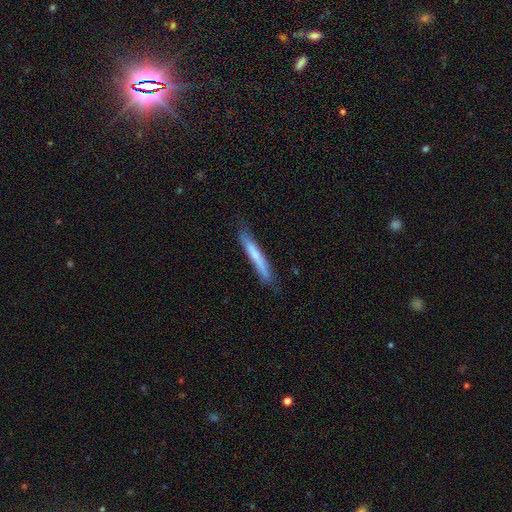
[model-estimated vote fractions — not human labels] A smooth galaxy with no disk features (64%) that is cigar-shaped (96%).

Vote fractions:
- Smooth or featured? smooth: 64% / featured or disk: 30% / star or artifact: 6%
- How rounded? cigar-shaped: 96% / in between: 3% / round: 1%
- Merging? none: 78% / minor disturbance: 17% / major disturbance: 3% / merger: 2%